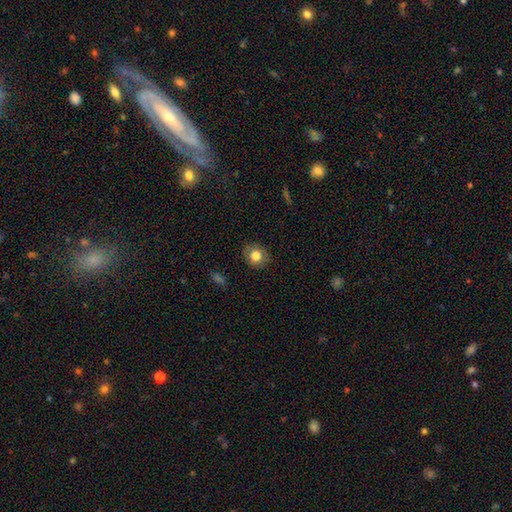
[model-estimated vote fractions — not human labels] Q: Smooth or featured?
A: smooth (79%); runner-up: featured or disk (12%)
Q: How rounded?
A: round (76%); runner-up: in between (23%)
Q: Merging?
A: none (86%); runner-up: minor disturbance (11%)